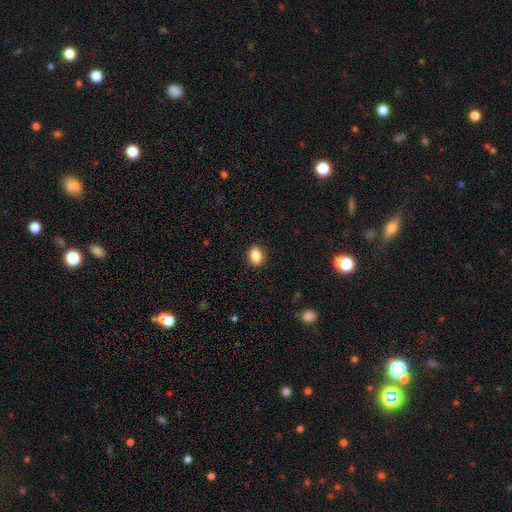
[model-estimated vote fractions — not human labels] smooth-or-featured: smooth: 87% | star or artifact: 9% | featured or disk: 5%
  how-rounded: in between: 73% | round: 25% | cigar-shaped: 1%
  merging: none: 90% | minor disturbance: 7% | major disturbance: 2% | merger: 1%